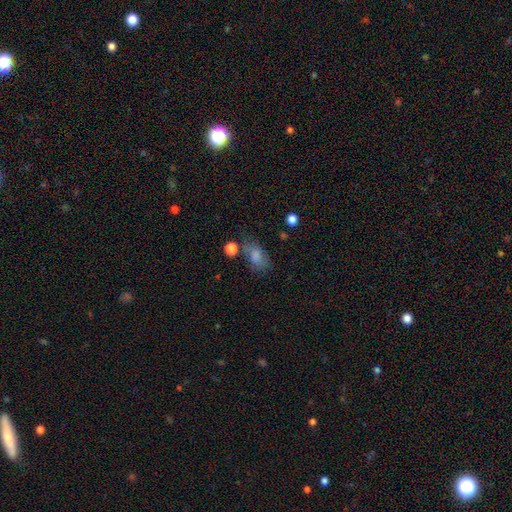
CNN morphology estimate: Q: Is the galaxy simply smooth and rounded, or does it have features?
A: smooth — 76%.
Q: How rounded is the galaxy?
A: in between — 85%.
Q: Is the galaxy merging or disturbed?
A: none — 48%.